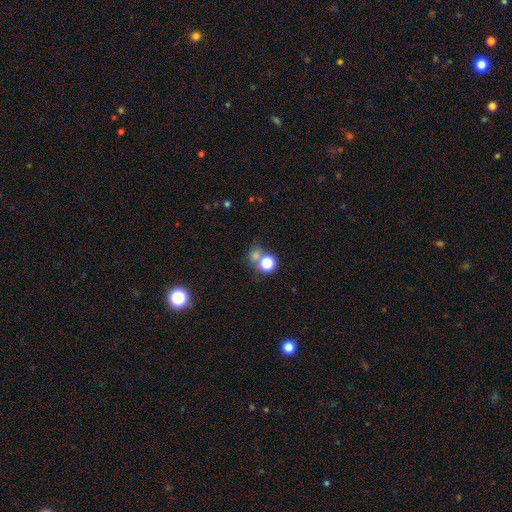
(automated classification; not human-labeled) Morphology: type=smooth (70%); roundness=round (76%); merging=none (49%).